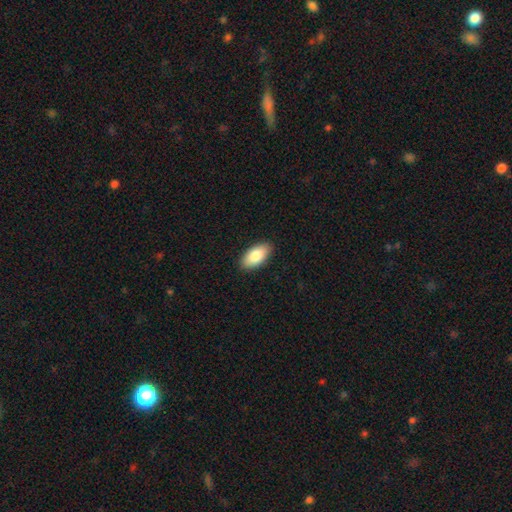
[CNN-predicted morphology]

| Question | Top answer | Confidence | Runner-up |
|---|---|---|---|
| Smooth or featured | smooth | 83% | featured or disk (10%) |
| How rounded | in between | 94% | cigar-shaped (4%) |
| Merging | none | 90% | minor disturbance (8%) |